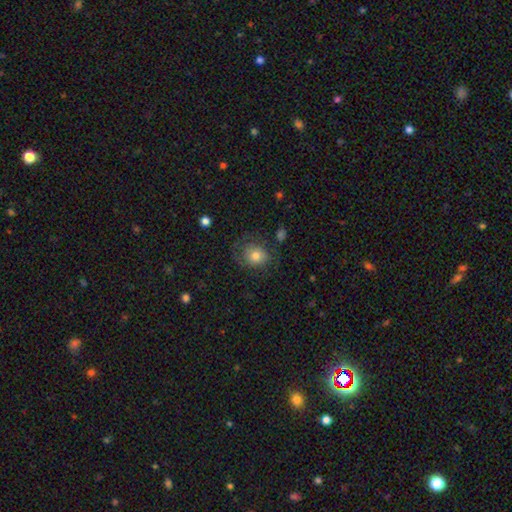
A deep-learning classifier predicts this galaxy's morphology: Smooth or featured? Predicted: smooth (p=0.68). How rounded? Predicted: round (p=0.70). Merging? Predicted: none (p=0.58).